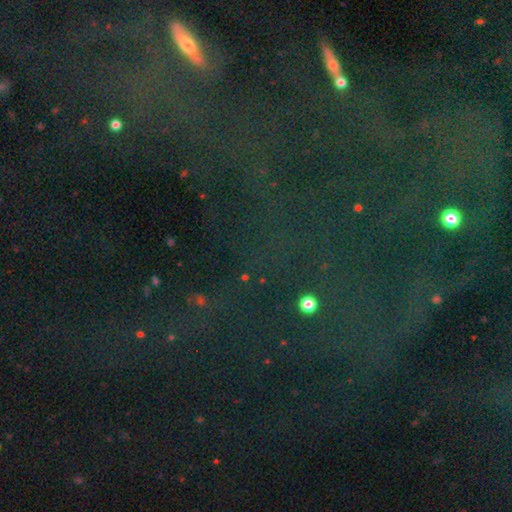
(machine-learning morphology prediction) Q: Smooth or featured?
A: star or artifact (78%); runner-up: smooth (13%)